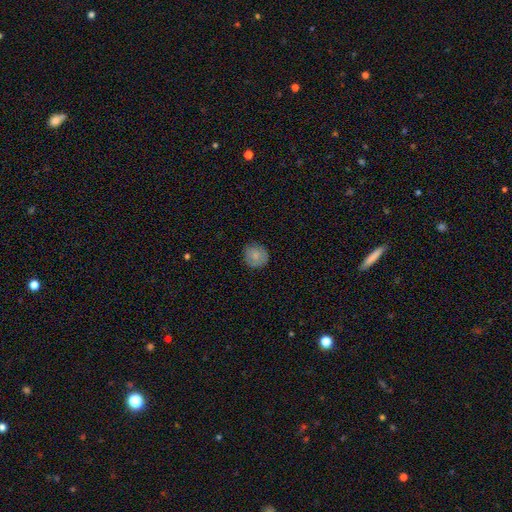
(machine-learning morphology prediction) Q: Smooth or featured?
A: smooth (81%); runner-up: featured or disk (10%)
Q: How rounded?
A: round (88%); runner-up: in between (11%)
Q: Merging?
A: none (84%); runner-up: minor disturbance (12%)